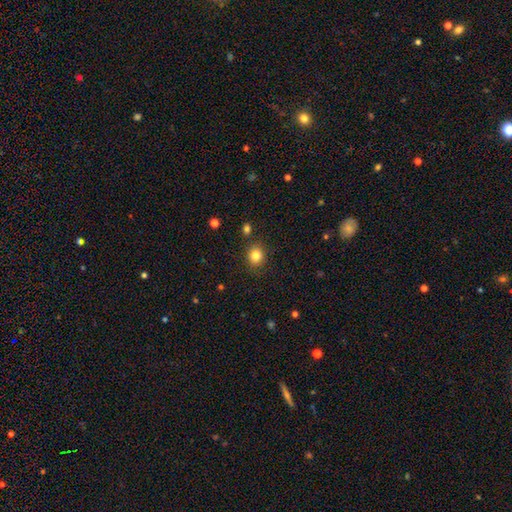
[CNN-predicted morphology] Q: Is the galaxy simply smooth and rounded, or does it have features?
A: smooth — 83%.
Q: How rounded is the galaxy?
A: round — 78%.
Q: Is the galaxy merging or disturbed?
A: none — 85%.